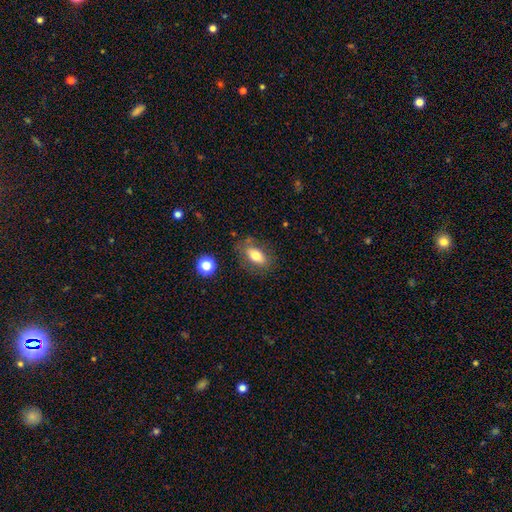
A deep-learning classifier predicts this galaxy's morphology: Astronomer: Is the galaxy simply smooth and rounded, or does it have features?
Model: smooth — 74%.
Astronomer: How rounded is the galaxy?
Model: in between — 86%.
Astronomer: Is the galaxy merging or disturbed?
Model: none — 77%.